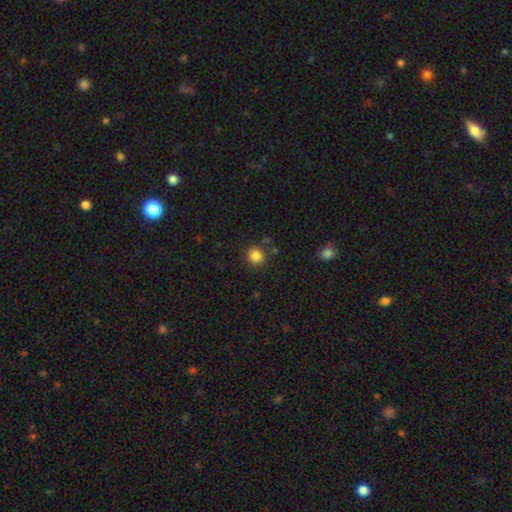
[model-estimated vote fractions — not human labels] This appears to be a smooth galaxy with no disk features (85%) that is round (91%). Merging: none (84%).